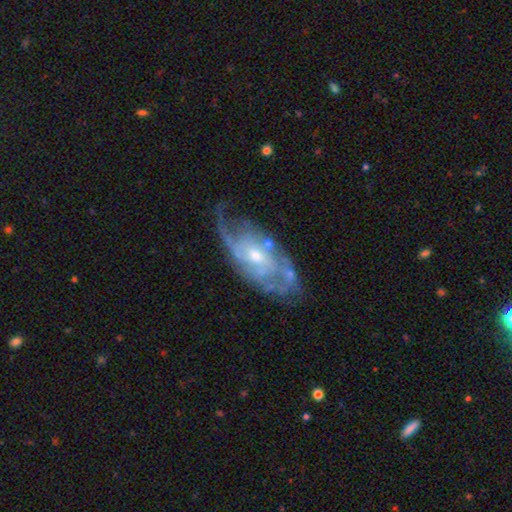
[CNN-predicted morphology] The model was most divided on "bulge size" (2-way tie): small: 47%, moderate: 47%, large: 3%, none: 2%, dominant: 1%. Remaining: edge-on disk — no (93%); spiral arms — yes (88%); smooth or featured — featured or disk (83%); bar — no (62%); merging — none (55%); spiral winding — medium (39%); spiral arm count — 2 (38%).